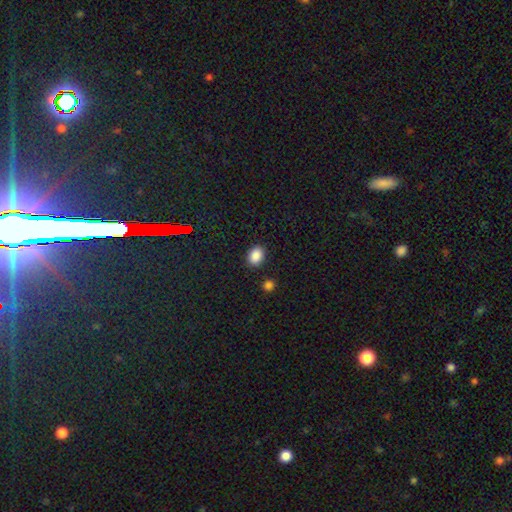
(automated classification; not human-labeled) smooth_or_featured: smooth (p=0.87) [alt: star or artifact p=0.10]
how_rounded: in between (p=0.68) [alt: round p=0.31]
merging: none (p=0.86) [alt: minor disturbance p=0.09]